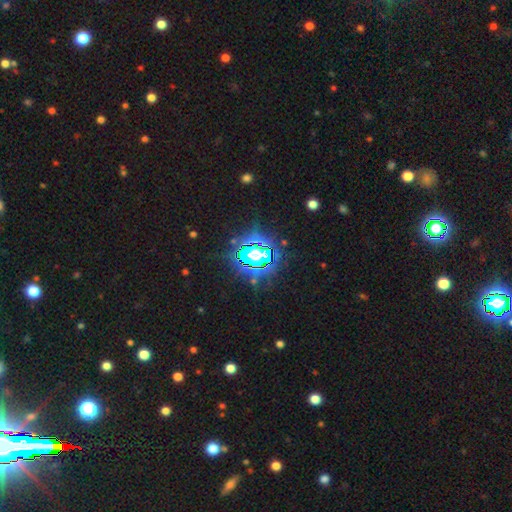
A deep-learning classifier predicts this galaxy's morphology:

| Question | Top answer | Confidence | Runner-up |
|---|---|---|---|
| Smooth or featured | star or artifact | 69% | smooth (18%) |